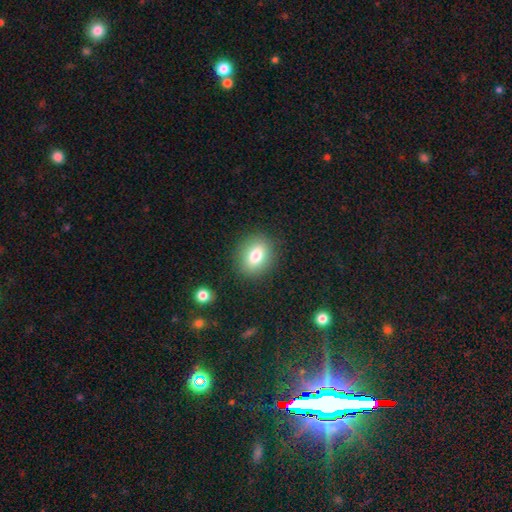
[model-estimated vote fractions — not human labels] smooth_or_featured: smooth (p=0.78) [alt: featured or disk p=0.12]
how_rounded: in between (p=0.58) [alt: round p=0.41]
merging: none (p=0.87) [alt: minor disturbance p=0.09]